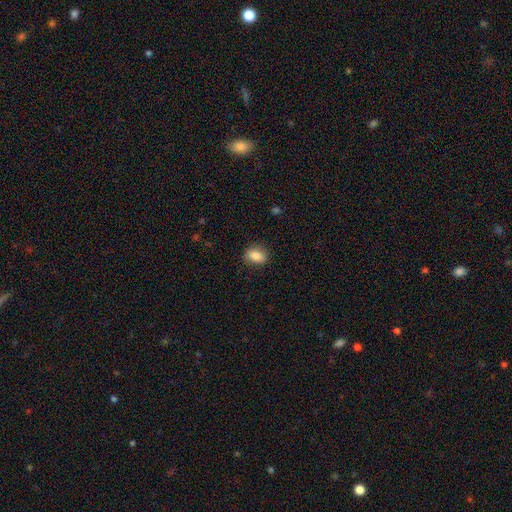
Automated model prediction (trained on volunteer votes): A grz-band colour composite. It shows a smooth galaxy with no disk features (85%) that is in between round and cigar-shaped (74%). Merging: none (85%).